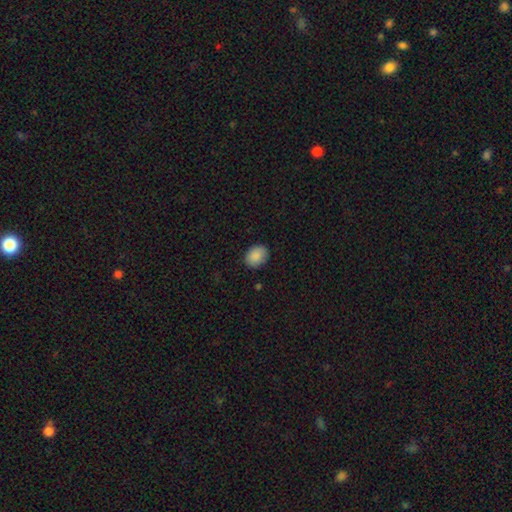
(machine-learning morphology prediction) smooth_or_featured: smooth (p=0.88) [alt: star or artifact p=0.08]
how_rounded: in between (p=0.53) [alt: round p=0.46]
merging: none (p=0.85) [alt: minor disturbance p=0.12]